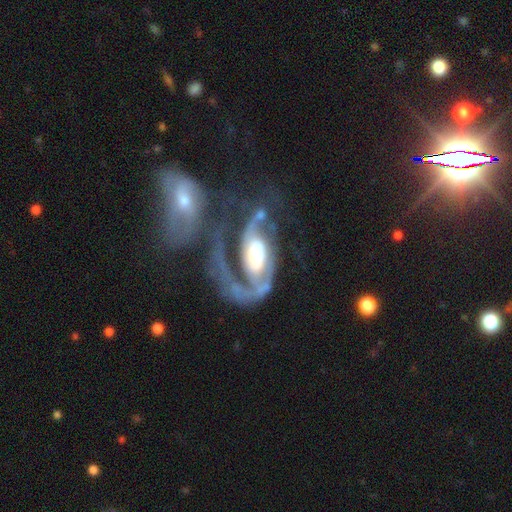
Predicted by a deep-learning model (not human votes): The model was most divided on "merging": major disturbance: 33%, merger: 29%, none: 25%, minor disturbance: 13%. Remaining: edge-on disk — no (97%); spiral arms — yes (93%); smooth or featured — featured or disk (87%); spiral arm count — 2 (58%); bulge size — large (50%); spiral winding — medium (44%); bar — no (37%).